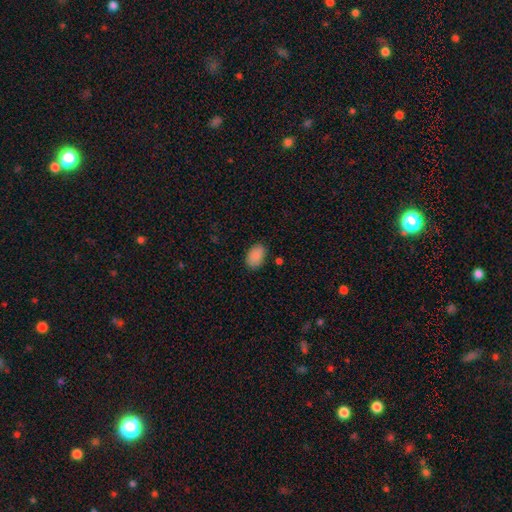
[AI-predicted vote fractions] A smooth galaxy with no disk features (89%) that is in between round and cigar-shaped (89%). Merging: none (84%).